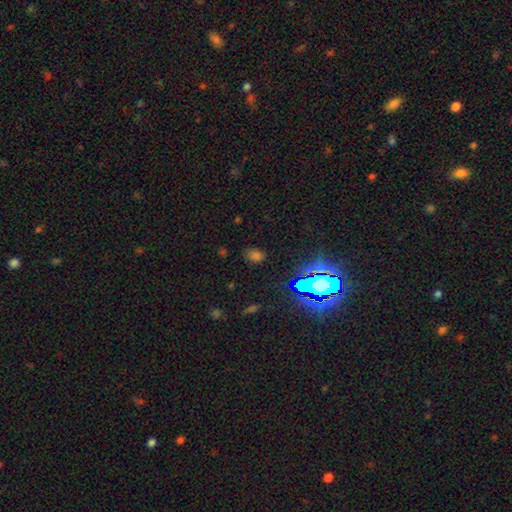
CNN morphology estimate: Q: Smooth or featured?
A: smooth (46%); runner-up: star or artifact (43%)
Q: Merging?
A: none (78%); runner-up: minor disturbance (13%)